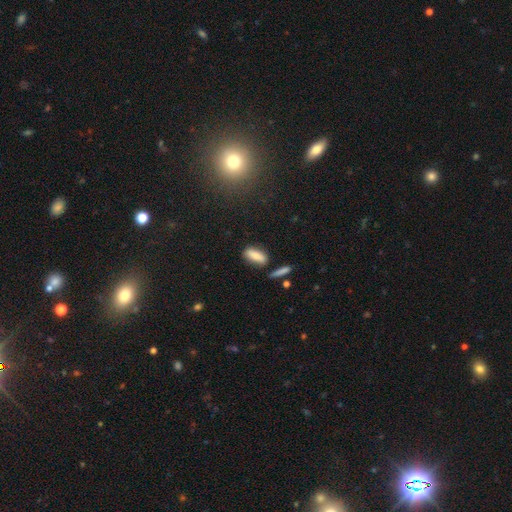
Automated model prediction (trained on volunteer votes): Overall: smooth (79%). How rounded: in between (70%). Merging: none (75%).